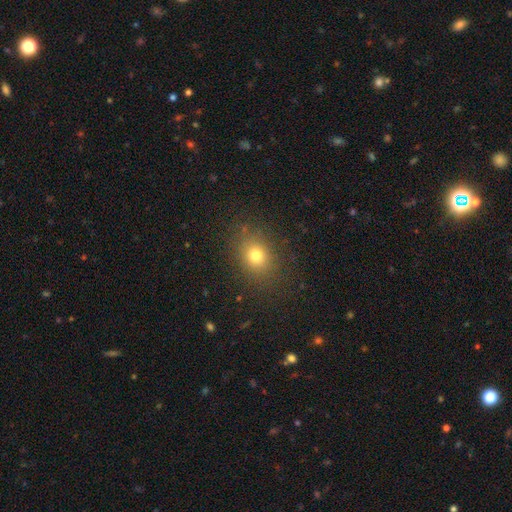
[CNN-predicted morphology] A smooth galaxy with no disk features (75%) that is round (57%).

Vote fractions:
- Smooth or featured? smooth: 75% / star or artifact: 16% / featured or disk: 9%
- How rounded? round: 57% / in between: 42% / cigar-shaped: 1%
- Merging? none: 84% / minor disturbance: 10% / major disturbance: 4% / merger: 1%